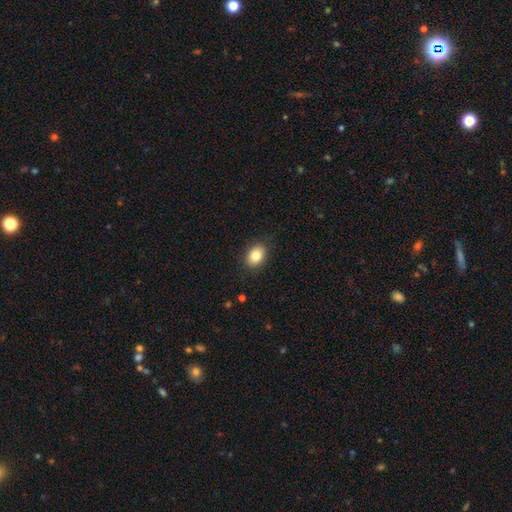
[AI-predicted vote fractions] Smooth or featured? smooth (83%)
How rounded? in between (70%)
Merging? none (87%)